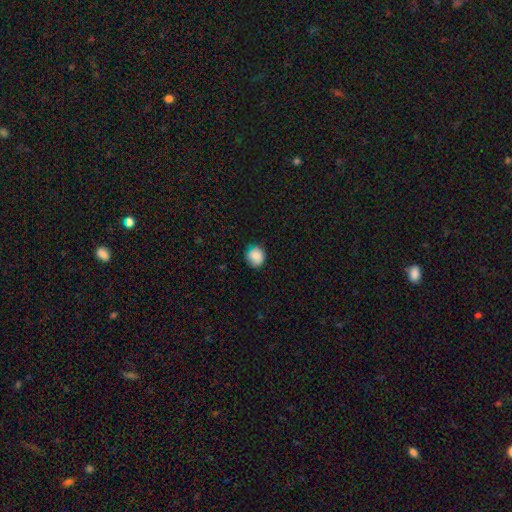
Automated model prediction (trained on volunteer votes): The model was most divided on "merging": none: 81%, minor disturbance: 15%, major disturbance: 3%, merger: 1%. More confident: how rounded — round (86%); smooth or featured — smooth (85%).